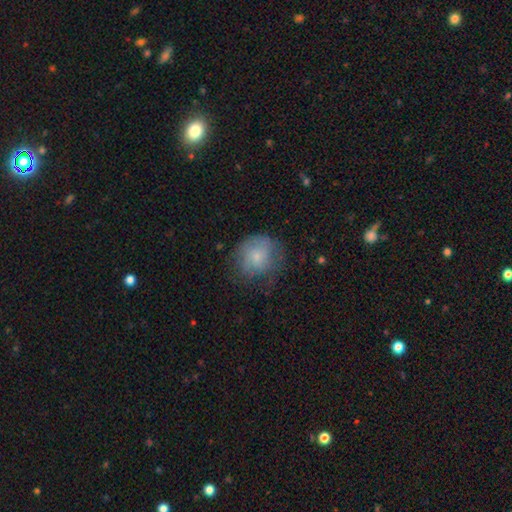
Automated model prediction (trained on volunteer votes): Smooth or featured? smooth (63%)
How rounded? round (80%)
Merging? none (61%)